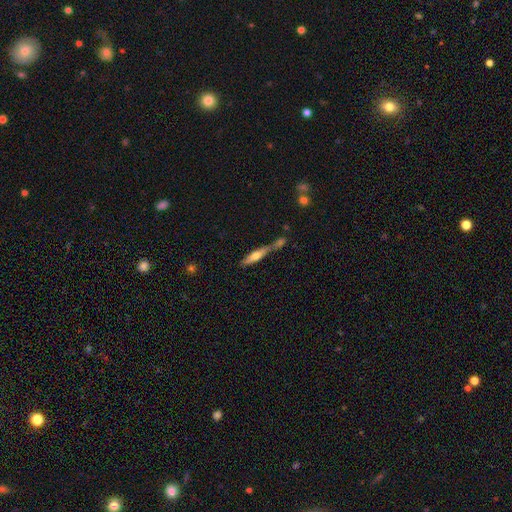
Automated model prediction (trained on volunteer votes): Smooth or featured? Predicted: smooth (p=0.48). Merging? Predicted: none (p=0.43).